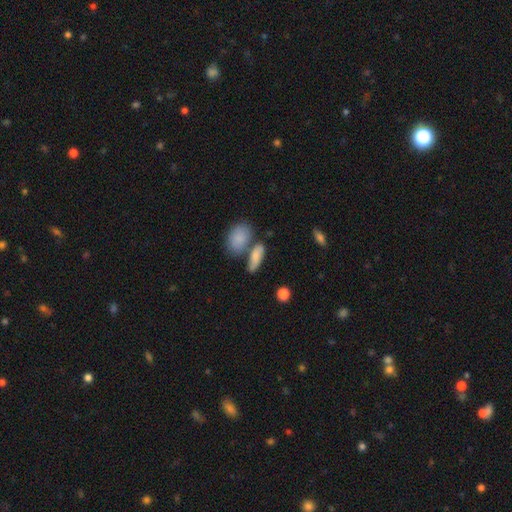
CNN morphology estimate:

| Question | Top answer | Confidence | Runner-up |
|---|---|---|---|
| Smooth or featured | smooth | 78% | featured or disk (15%) |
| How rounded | in between | 68% | cigar-shaped (26%) |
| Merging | none | 50% | merger (27%) |